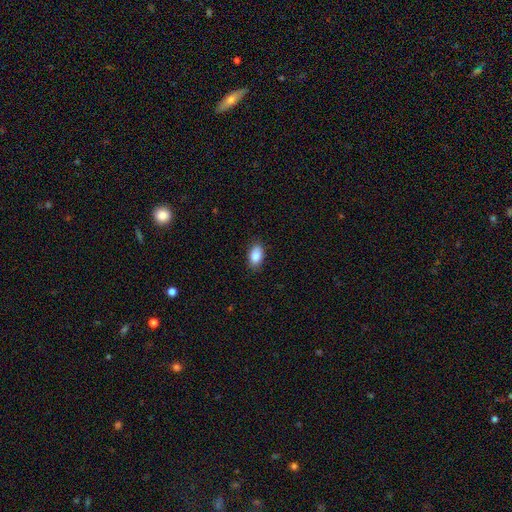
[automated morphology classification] Smooth or featured: smooth — 87% (star or artifact — 7%)
How rounded: in between — 91% (round — 7%)
Merging: none — 84% (minor disturbance — 13%)